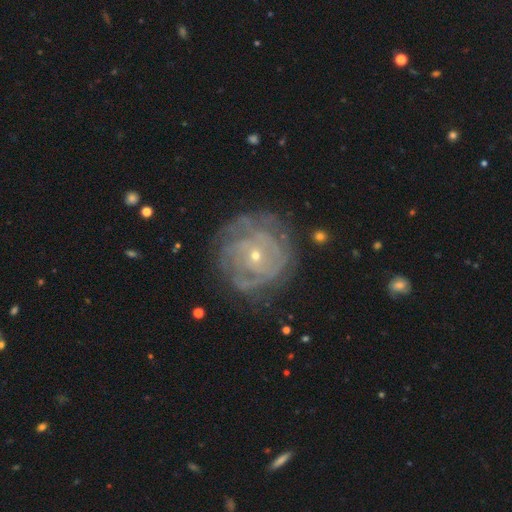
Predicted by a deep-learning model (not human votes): Smooth or featured? featured or disk (79%)
Edge-on disk? no (97%)
Bar? no (78%)
Spiral arms? yes (79%)
Spiral winding? tight (73%)
Spiral arm count? can't tell (52%)
Bulge size? small (75%)
Merging? none (68%)